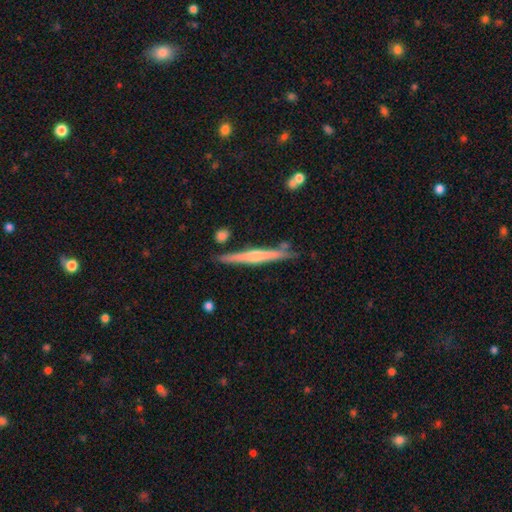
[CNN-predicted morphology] Smooth or featured? Predicted: featured or disk (p=0.60). Edge-on disk? Predicted: yes (p=0.97). Edge-on bulge? Predicted: rounded (p=0.61). Merging? Predicted: none (p=0.82).